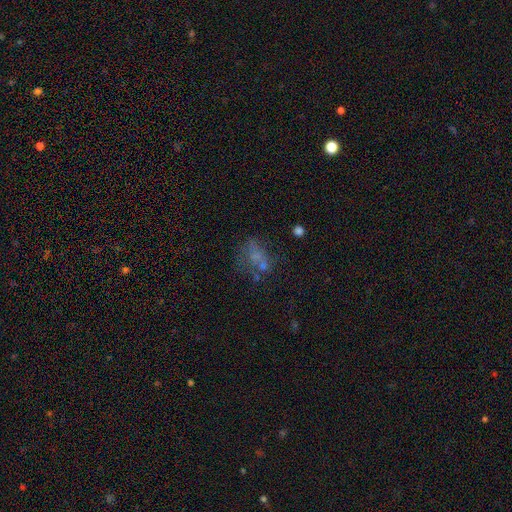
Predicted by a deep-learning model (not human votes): Smooth or featured?
  - smooth: 45% *
  - featured or disk: 34%
  - star or artifact: 21%
Merging?
  - none: 35% *
  - major disturbance: 27%
  - merger: 20%
  - minor disturbance: 19%